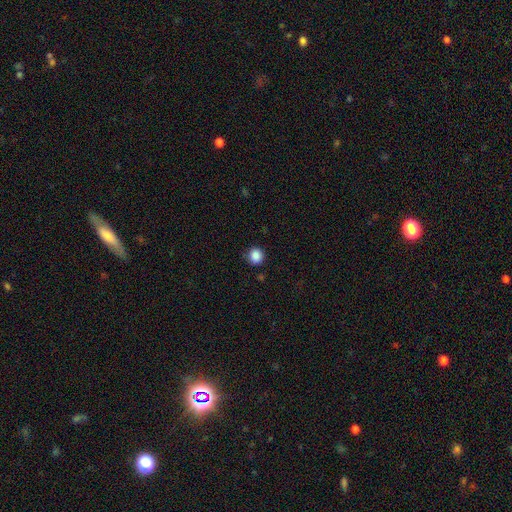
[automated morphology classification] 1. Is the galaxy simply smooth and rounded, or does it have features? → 87% smooth, 10% star or artifact, 3% featured or disk.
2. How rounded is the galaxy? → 86% round, 13% in between, 1% cigar-shaped.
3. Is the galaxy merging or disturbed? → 88% none, 8% minor disturbance, 2% major disturbance, 1% merger.